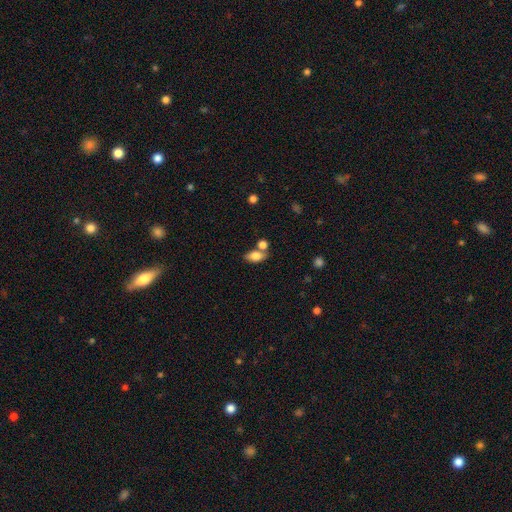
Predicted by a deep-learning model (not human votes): A smooth galaxy with no disk features (79%) that is in between round and cigar-shaped (85%).

Vote fractions:
- Smooth or featured? smooth: 79% / featured or disk: 13% / star or artifact: 8%
- How rounded? in between: 85% / round: 10% / cigar-shaped: 5%
- Merging? none: 55% / merger: 27% / minor disturbance: 13% / major disturbance: 5%